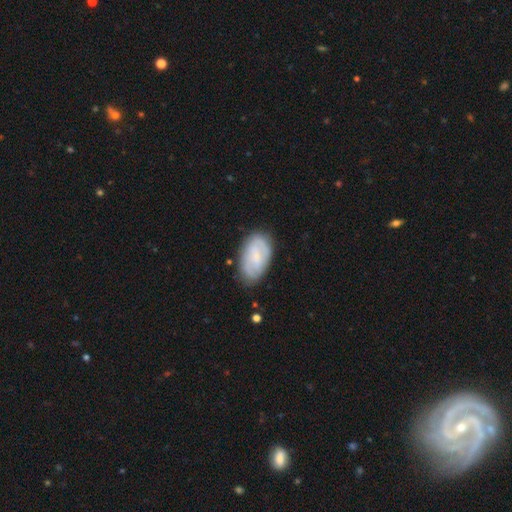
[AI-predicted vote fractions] The model was most divided on "smooth or featured": smooth: 47%, featured or disk: 46%, star or artifact: 7%. More confident: merging — none (76%).